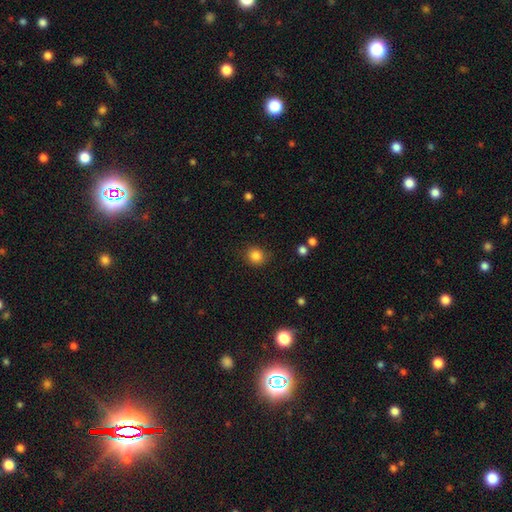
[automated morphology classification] Smooth or featured? smooth (84%)
How rounded? round (82%)
Merging? none (86%)